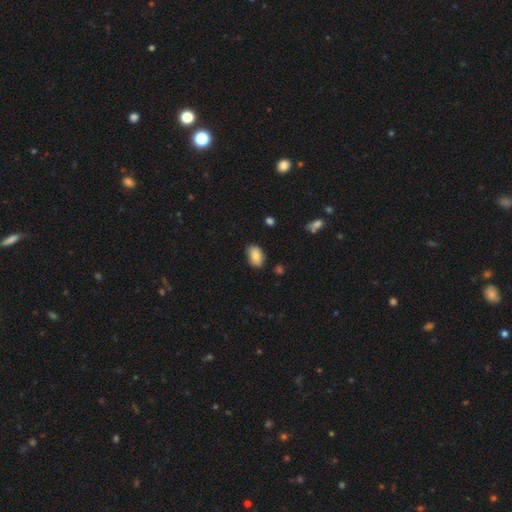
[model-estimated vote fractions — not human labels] Morphology: type=smooth (83%); roundness=in between (88%); merging=none (79%).